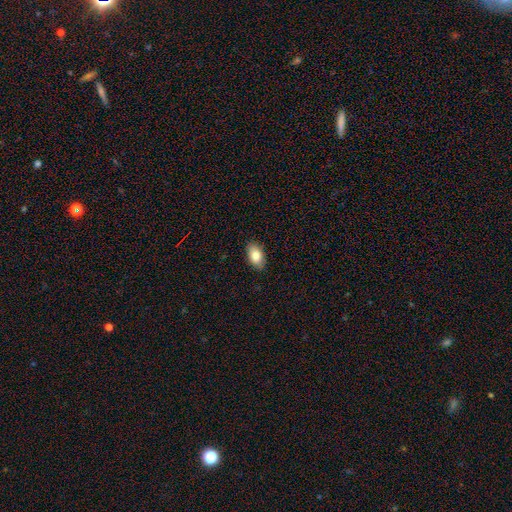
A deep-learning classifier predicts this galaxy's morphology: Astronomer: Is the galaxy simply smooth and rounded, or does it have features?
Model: smooth — 82%.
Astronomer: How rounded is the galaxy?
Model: in between — 92%.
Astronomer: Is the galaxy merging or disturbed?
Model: none — 88%.